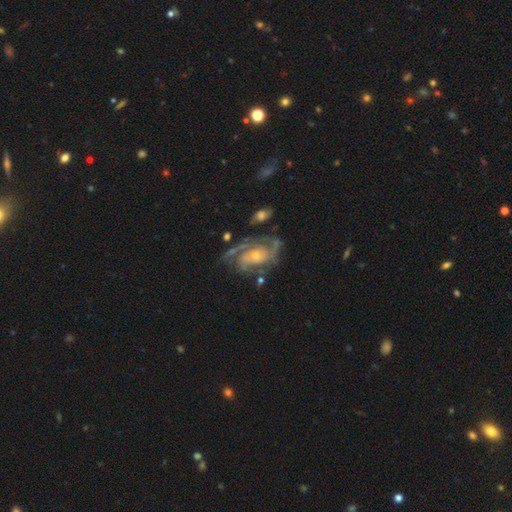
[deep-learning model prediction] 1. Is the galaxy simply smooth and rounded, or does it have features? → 88% featured or disk, 6% smooth, 6% star or artifact.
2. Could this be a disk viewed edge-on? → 97% no, 3% yes.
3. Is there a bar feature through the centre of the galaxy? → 69% no, 24% weak, 7% strong.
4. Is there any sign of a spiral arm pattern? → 96% yes, 4% no.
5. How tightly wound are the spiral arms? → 44% medium, 43% tight, 13% loose.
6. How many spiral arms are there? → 47% 2, 21% 3, 16% can't tell, 7% 4, 5% 1, 4% more than 4.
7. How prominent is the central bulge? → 71% small, 24% moderate, 3% none, 2% large, 1% dominant.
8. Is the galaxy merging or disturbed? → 58% none, 20% minor disturbance, 17% major disturbance, 5% merger.